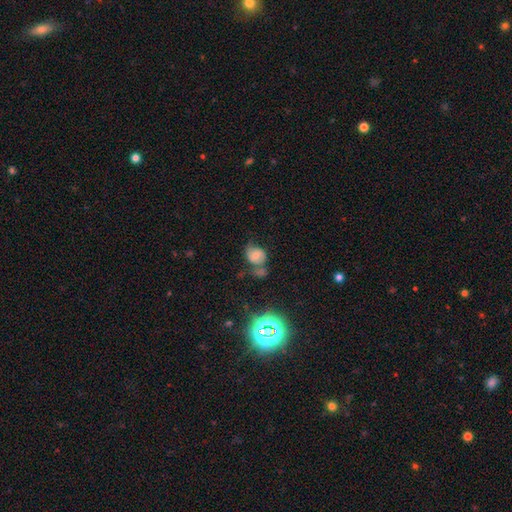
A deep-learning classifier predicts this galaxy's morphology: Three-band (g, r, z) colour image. It shows a smooth galaxy with no disk features (50%). Merging: none (40%).